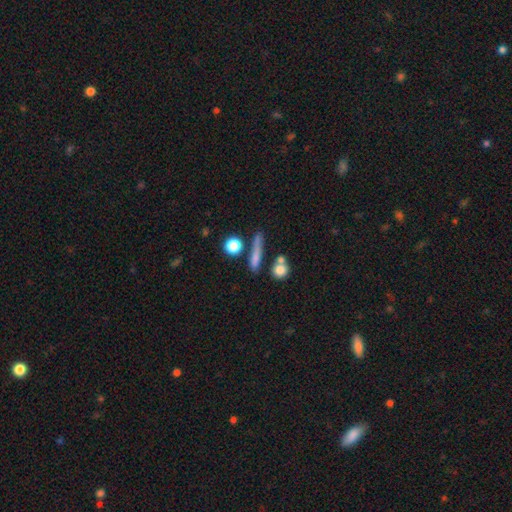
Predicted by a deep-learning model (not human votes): smooth-or-featured: smooth: 69% | featured or disk: 20% | star or artifact: 11%
  how-rounded: cigar-shaped: 66% | round: 20% | in between: 14%
  merging: none: 67% | minor disturbance: 14% | merger: 13% | major disturbance: 6%